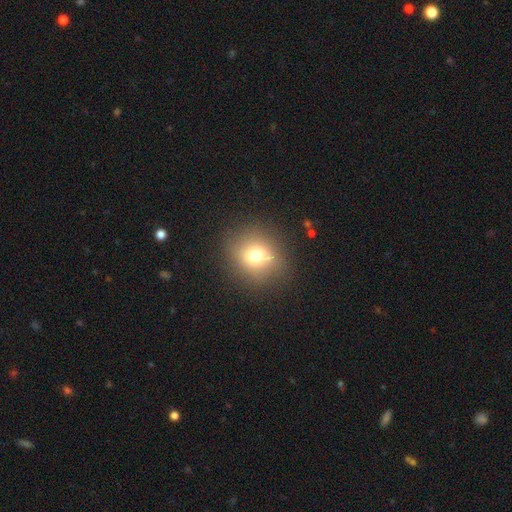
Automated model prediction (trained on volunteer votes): Morphology: type=smooth (68%); roundness=round (81%); merging=none (78%).